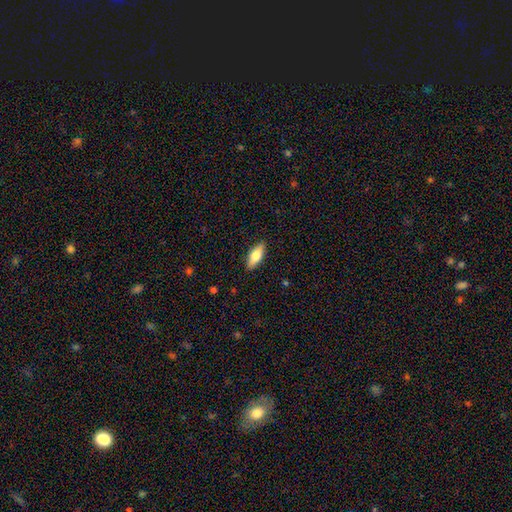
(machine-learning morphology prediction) This appears to be a smooth galaxy with no disk features (66%) that is in between round and cigar-shaped (70%). Merging: none (89%).